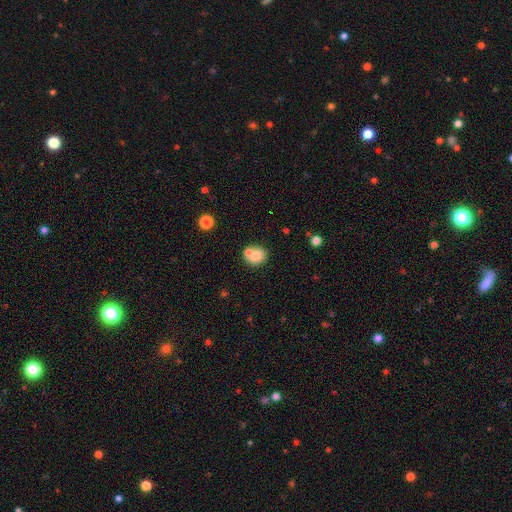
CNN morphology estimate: The model was most divided on "merging": none: 53%, merger: 31%, minor disturbance: 12%, major disturbance: 4%. More confident: smooth or featured — smooth (77%); how rounded — round (71%).